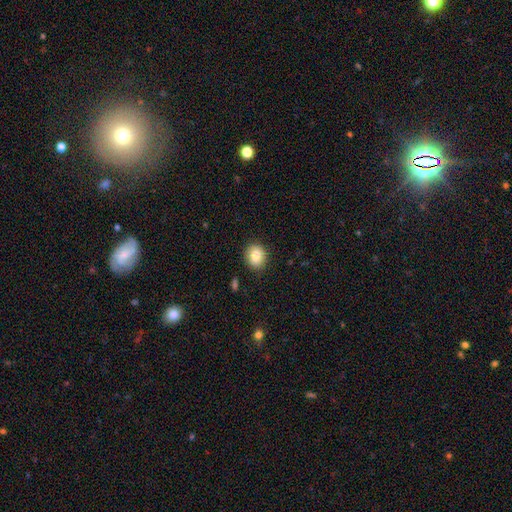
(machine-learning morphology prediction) Q: Smooth or featured?
A: smooth (84%); runner-up: star or artifact (8%)
Q: How rounded?
A: round (65%); runner-up: in between (34%)
Q: Merging?
A: none (88%); runner-up: minor disturbance (9%)